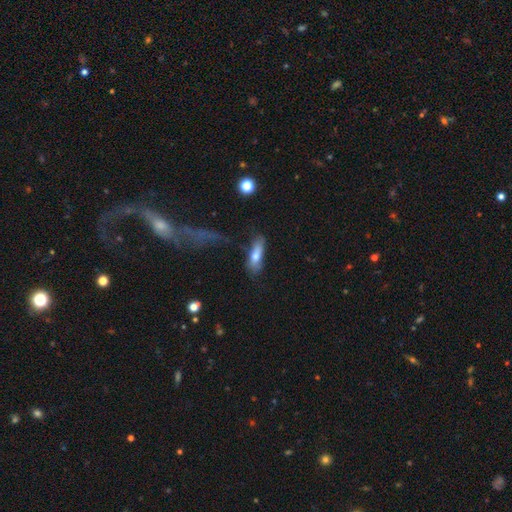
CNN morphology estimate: Smooth or featured?
  - smooth: 67% *
  - featured or disk: 26%
  - star or artifact: 7%
How rounded?
  - in between: 55% *
  - cigar-shaped: 42%
  - round: 3%
Merging?
  - none: 47% *
  - minor disturbance: 26%
  - major disturbance: 20%
  - merger: 6%